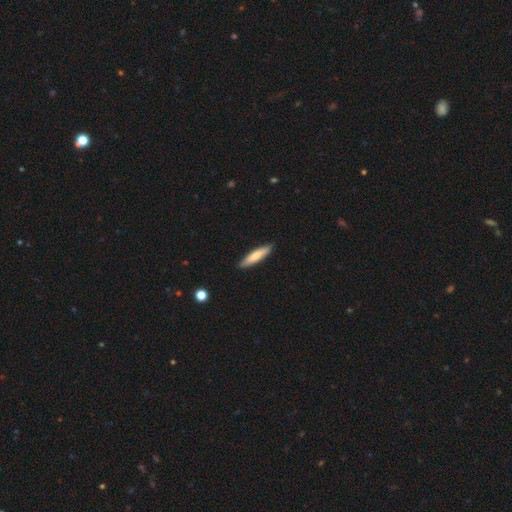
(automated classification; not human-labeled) A smooth galaxy with no disk features (73%) that is cigar-shaped (84%).

Vote fractions:
- Smooth or featured? smooth: 73% / featured or disk: 22% / star or artifact: 5%
- How rounded? cigar-shaped: 84% / in between: 15% / round: 1%
- Merging? none: 89% / minor disturbance: 8% / major disturbance: 2% / merger: 1%